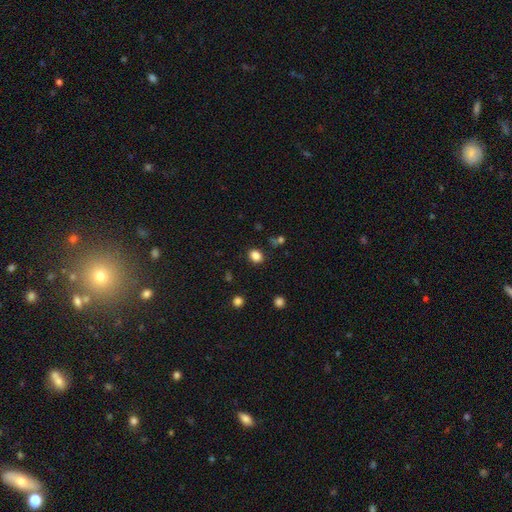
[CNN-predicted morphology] Smooth or featured?
  - smooth: 84% *
  - star or artifact: 12%
  - featured or disk: 4%
How rounded?
  - round: 51% *
  - in between: 48%
  - cigar-shaped: 1%
Merging?
  - none: 85% *
  - minor disturbance: 10%
  - major disturbance: 3%
  - merger: 2%